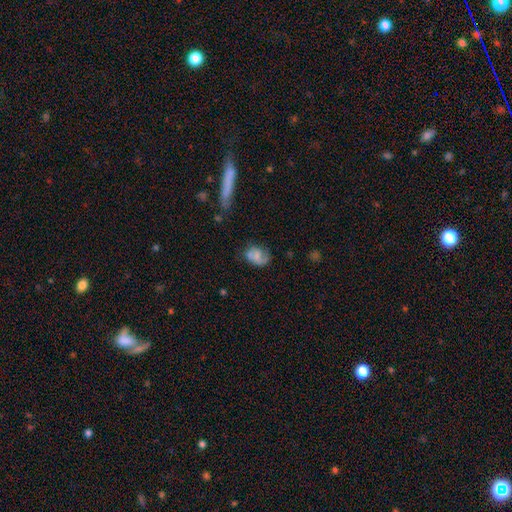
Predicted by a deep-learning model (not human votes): Smooth or featured? smooth (53%)
How rounded? in between (72%)
Merging? none (48%)